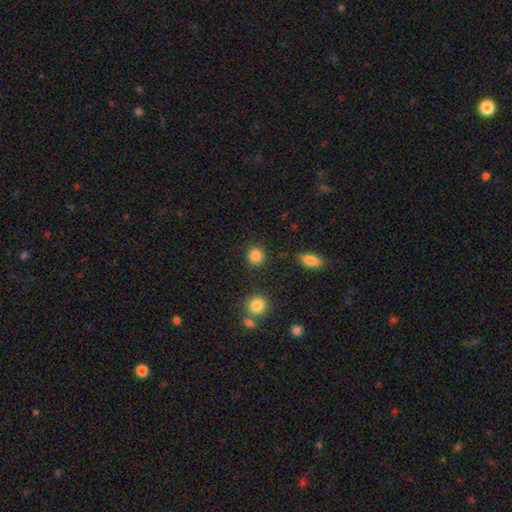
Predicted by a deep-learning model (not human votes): This appears to be a smooth galaxy with no disk features (86%) that is round (90%). Merging: none (88%).